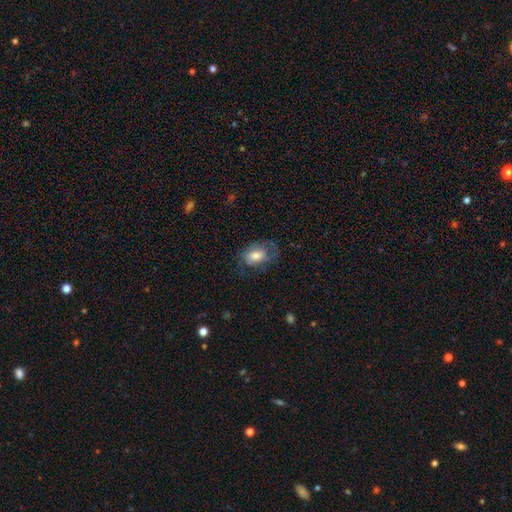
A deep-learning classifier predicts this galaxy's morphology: The model was most divided on "smooth or featured": smooth: 56%, featured or disk: 36%, star or artifact: 8%. More confident: how rounded — in between (81%); merging — none (52%).